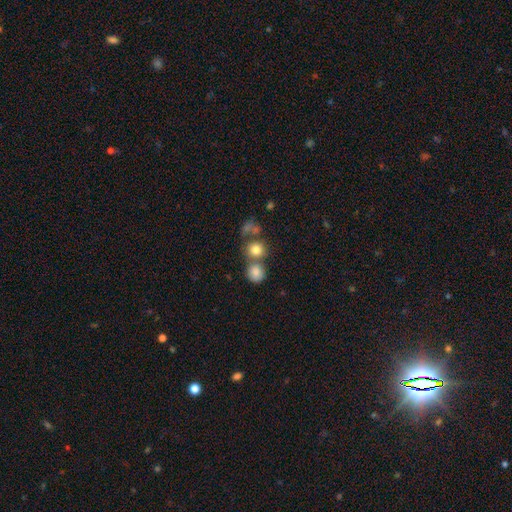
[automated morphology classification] The model was most divided on "merging": merger: 44%, none: 41%, minor disturbance: 8%, major disturbance: 7%. More confident: how rounded — round (78%); smooth or featured — smooth (53%).